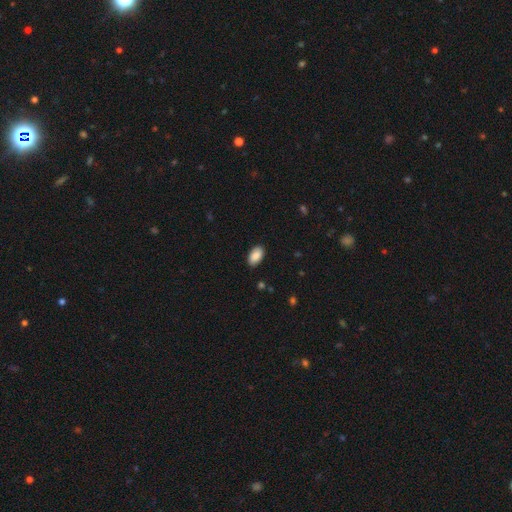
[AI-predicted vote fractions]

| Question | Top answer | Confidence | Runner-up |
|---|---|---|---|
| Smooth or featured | smooth | 88% | star or artifact (7%) |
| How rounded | in between | 94% | round (4%) |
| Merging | none | 88% | minor disturbance (9%) |